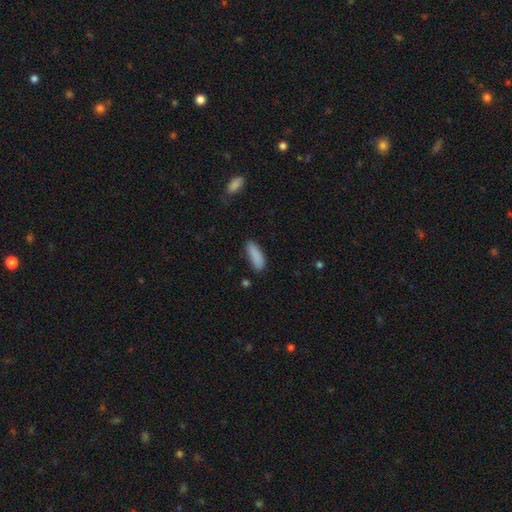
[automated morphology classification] Smooth or featured? smooth (88%)
How rounded? in between (57%)
Merging? none (74%)